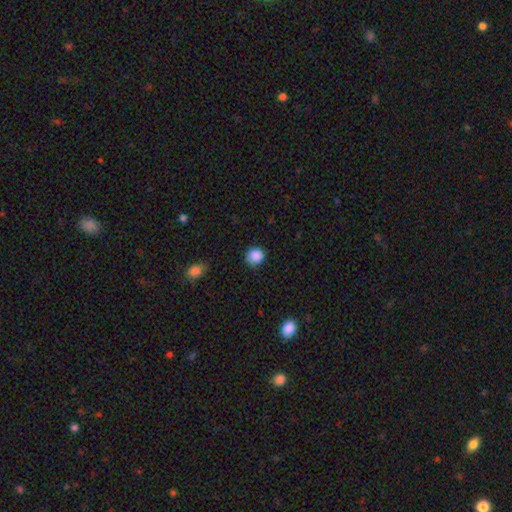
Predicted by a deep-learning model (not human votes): smooth 88%, star or artifact 9%, featured or disk 3%. Down the decision tree: how rounded — round (84%); merging — none (78%).